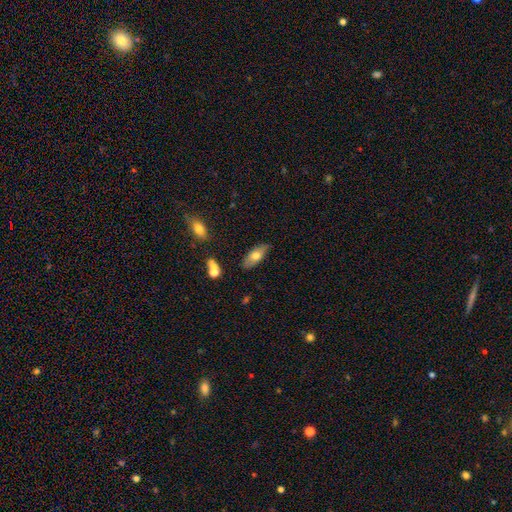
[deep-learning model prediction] Overall: smooth (65%; featured or disk 28%). How rounded: in between (79%). Merging: none (80%).